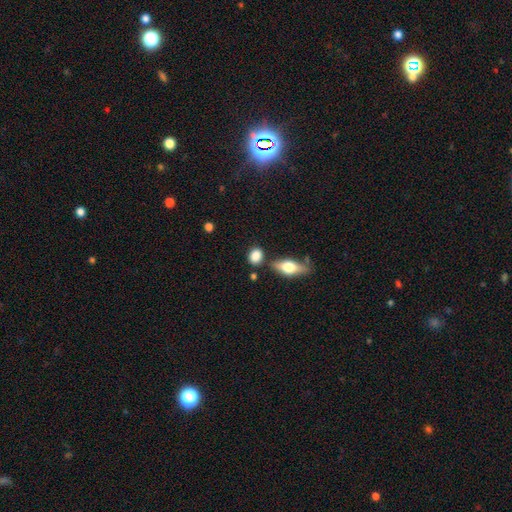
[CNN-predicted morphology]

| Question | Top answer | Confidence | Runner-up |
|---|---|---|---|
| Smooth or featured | smooth | 84% | star or artifact (8%) |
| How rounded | in between | 58% | round (37%) |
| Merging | none | 69% | minor disturbance (15%) |